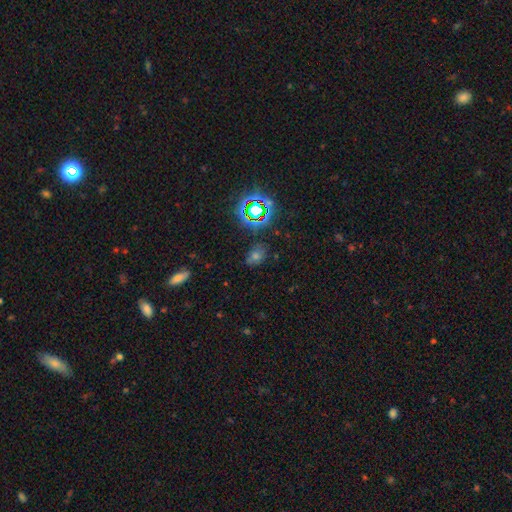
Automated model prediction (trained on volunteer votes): This appears to be a star or artifact, not a galaxy (47%).